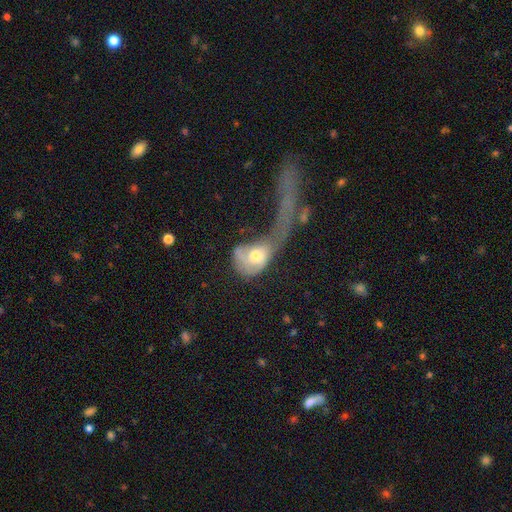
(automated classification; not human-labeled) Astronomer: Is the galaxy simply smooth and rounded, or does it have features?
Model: smooth — 58% (runner-up: featured or disk, 35%).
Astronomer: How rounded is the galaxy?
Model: in between — 62%.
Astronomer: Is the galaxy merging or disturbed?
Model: major disturbance — 57%.